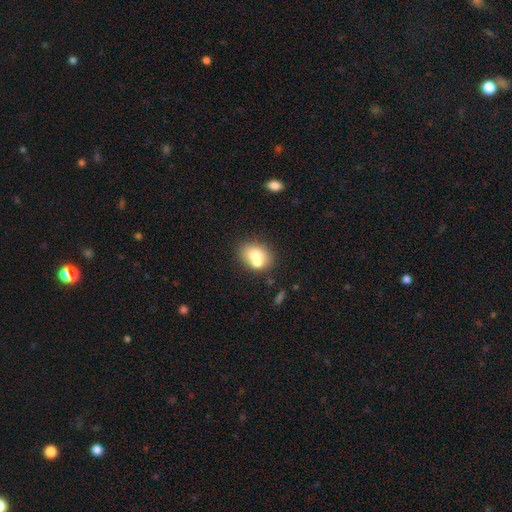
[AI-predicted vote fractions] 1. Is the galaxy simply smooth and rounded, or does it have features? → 67% smooth, 23% featured or disk, 10% star or artifact.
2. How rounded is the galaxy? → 52% in between, 47% round, 1% cigar-shaped.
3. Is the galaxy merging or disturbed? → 45% merger, 42% none, 10% minor disturbance, 4% major disturbance.